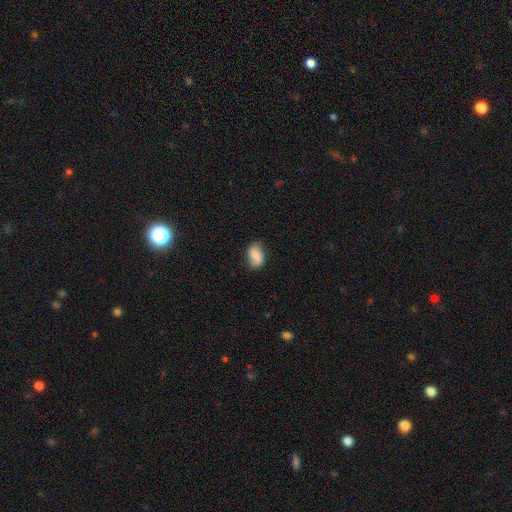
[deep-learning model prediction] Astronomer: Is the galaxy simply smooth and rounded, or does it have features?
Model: smooth — 74%.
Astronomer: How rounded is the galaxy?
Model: in between — 85%.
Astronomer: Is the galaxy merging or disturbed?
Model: none — 73%.